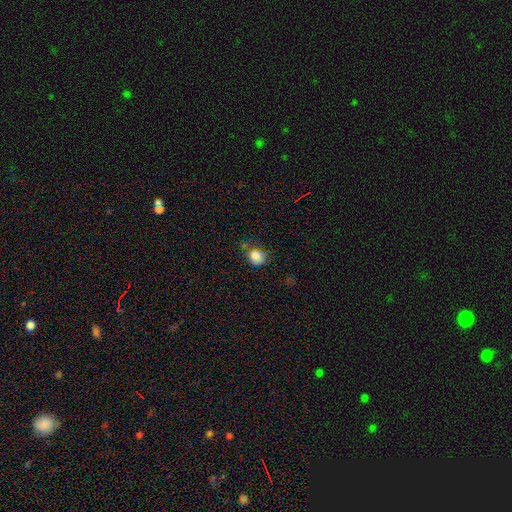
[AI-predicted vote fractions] Smooth or featured? smooth (83%)
How rounded? round (65%)
Merging? none (59%)